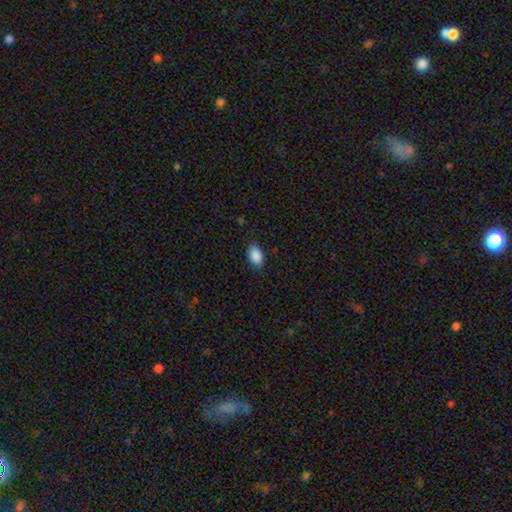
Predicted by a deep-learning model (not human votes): Morphology: type=smooth (90%); roundness=in between (90%); merging=none (84%).